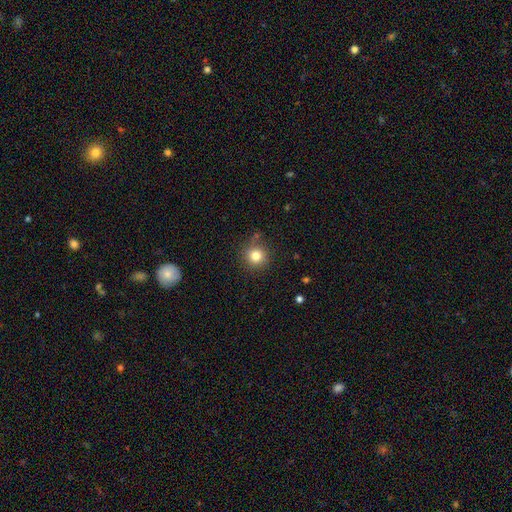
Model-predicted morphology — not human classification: Smooth or featured: smooth — 81% (star or artifact — 12%)
How rounded: round — 93% (in between — 6%)
Merging: none — 85% (minor disturbance — 10%)